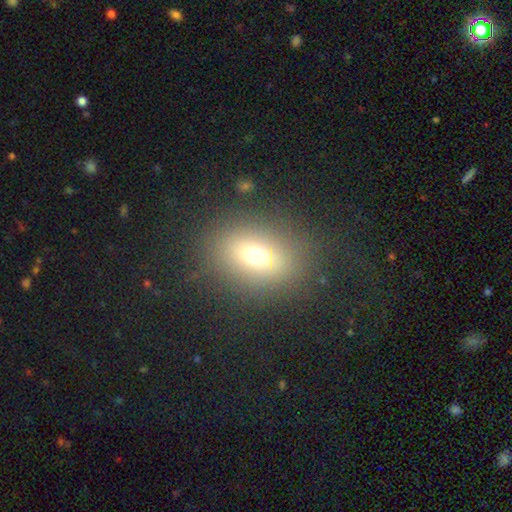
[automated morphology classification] type=smooth (68%); roundness=in between (59%); merging=none (83%).